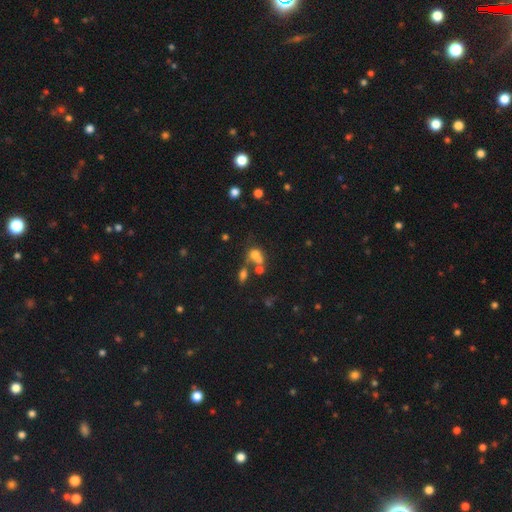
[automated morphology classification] The model was most divided on "how rounded": round: 52%, in between: 46%, cigar-shaped: 2%. Remaining: smooth or featured — smooth (64%); merging — merger (48%).